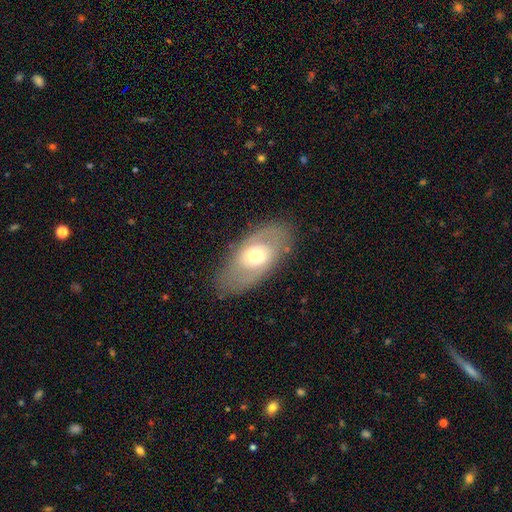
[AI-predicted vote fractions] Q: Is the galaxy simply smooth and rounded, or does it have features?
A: featured or disk — 52%.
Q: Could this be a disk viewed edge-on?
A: no — 87%.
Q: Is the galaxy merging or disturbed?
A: none — 80%.